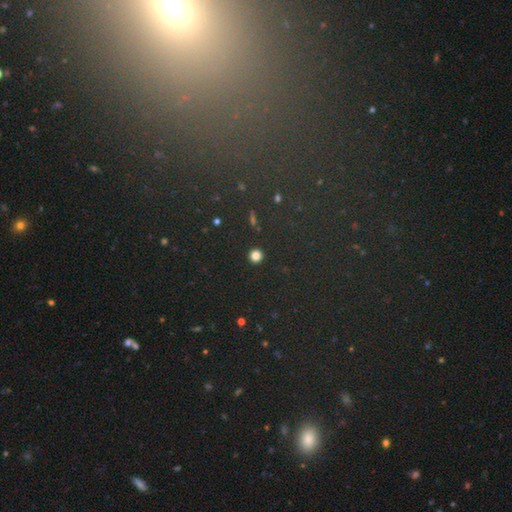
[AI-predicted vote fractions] A smooth galaxy with no disk features (81%) that is round (93%). Merging: none (93%).